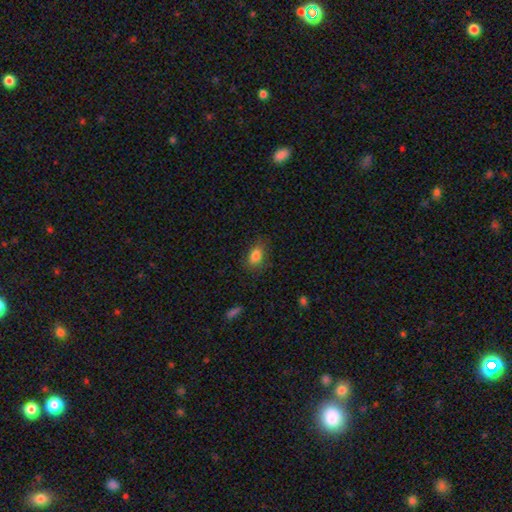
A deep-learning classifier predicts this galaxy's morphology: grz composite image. It shows a smooth galaxy with no disk features (83%) that is in between round and cigar-shaped (80%). Merging: none (79%).